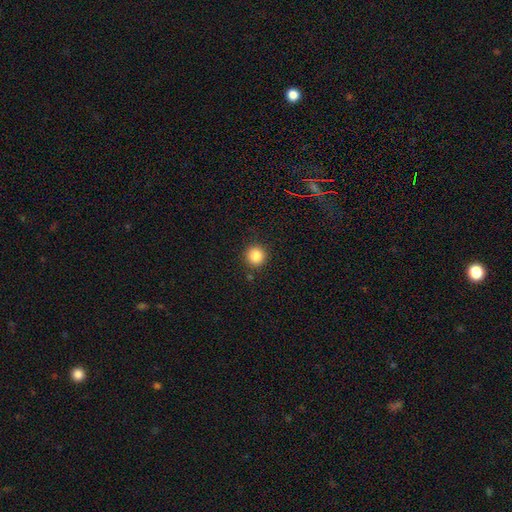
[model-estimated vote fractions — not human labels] smooth 85%, star or artifact 11%, featured or disk 4%. Down the decision tree: how rounded — round (93%); merging — none (89%).